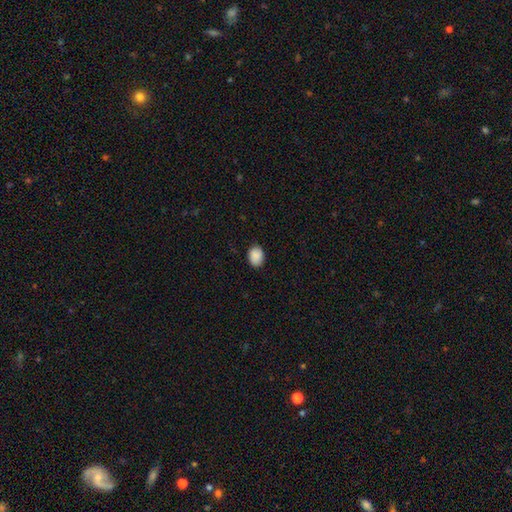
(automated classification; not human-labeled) Morphology: type=smooth (90%); roundness=in between (69%); merging=none (87%).